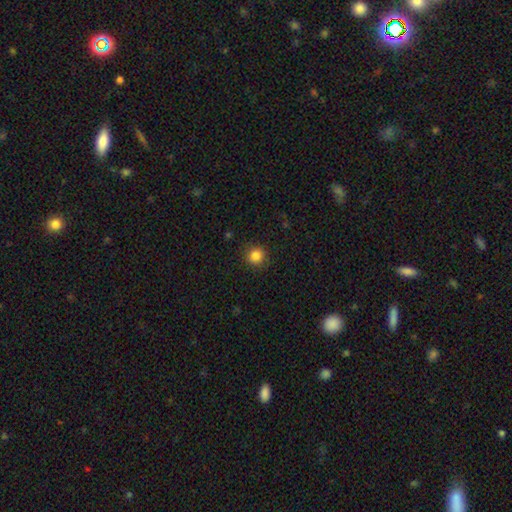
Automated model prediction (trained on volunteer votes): Smooth or featured? Predicted: smooth (p=0.85). How rounded? Predicted: round (p=0.93). Merging? Predicted: none (p=0.90).